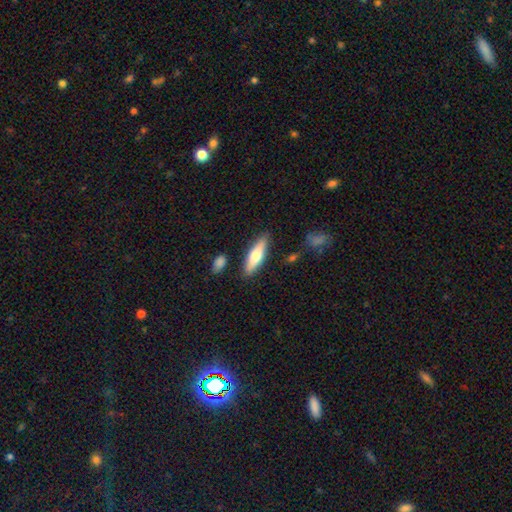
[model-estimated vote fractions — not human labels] The model was most divided on "how rounded": cigar-shaped: 59%, in between: 39%, round: 2%. More confident: merging — none (84%); smooth or featured — smooth (65%).